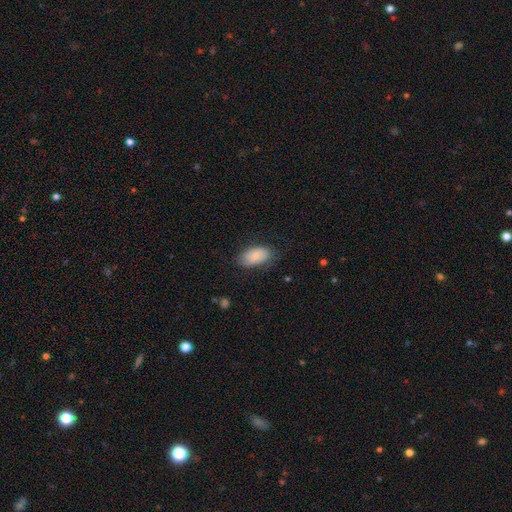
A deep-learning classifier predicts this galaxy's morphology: type=smooth (75%); roundness=in between (94%); merging=none (67%).